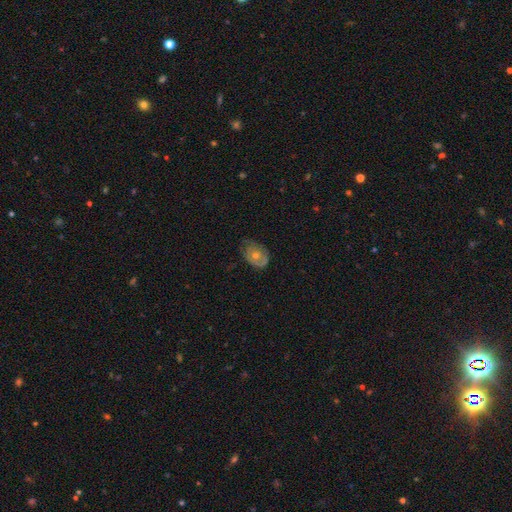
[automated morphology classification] smooth_or_featured: featured or disk (p=0.54) [alt: smooth p=0.37]
disk_edge_on: no (p=0.94) [alt: yes p=0.06]
bar: no (p=0.87) [alt: weak p=0.11]
has_spiral_arms: no (p=0.54) [alt: yes p=0.46]
bulge_size: moderate (p=0.60) [alt: small p=0.35]
merging: none (p=0.62) [alt: minor disturbance p=0.28]